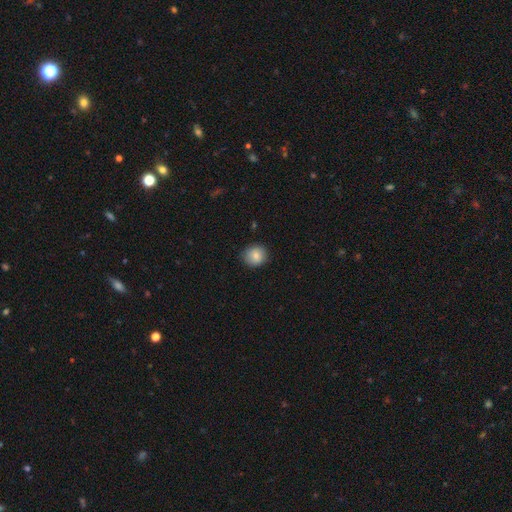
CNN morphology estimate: smooth 83%, star or artifact 9%, featured or disk 8%. Down the decision tree: how rounded — round (84%); merging — none (86%).